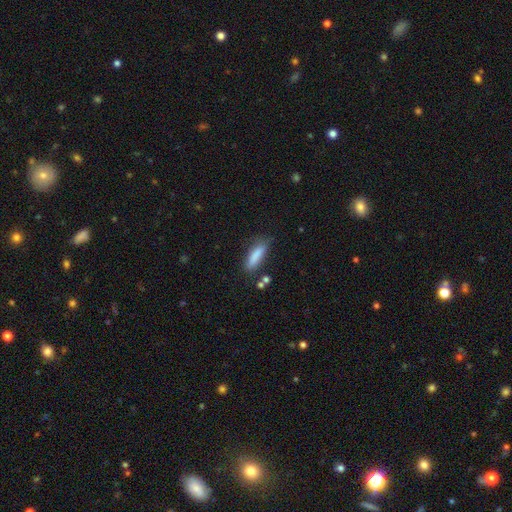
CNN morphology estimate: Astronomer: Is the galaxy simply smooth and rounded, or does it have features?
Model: smooth — 82%.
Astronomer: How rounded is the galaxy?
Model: cigar-shaped — 62%.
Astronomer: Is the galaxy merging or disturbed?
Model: none — 68%.